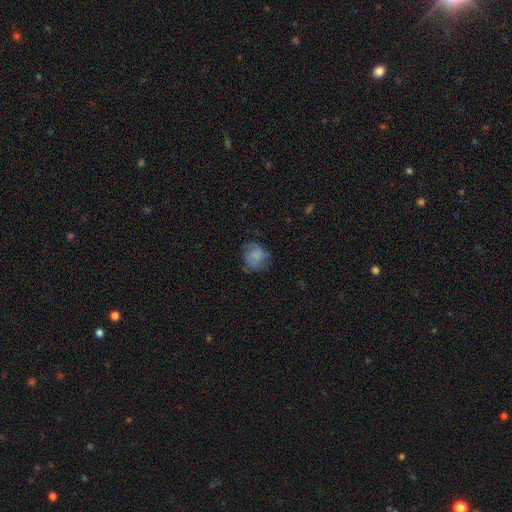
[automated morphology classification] A smooth galaxy with no disk features (70%) that is round (72%).

Vote fractions:
- Smooth or featured? smooth: 70% / featured or disk: 20% / star or artifact: 10%
- How rounded? round: 72% / in between: 28% / cigar-shaped: 1%
- Merging? none: 60% / minor disturbance: 25% / major disturbance: 13% / merger: 2%